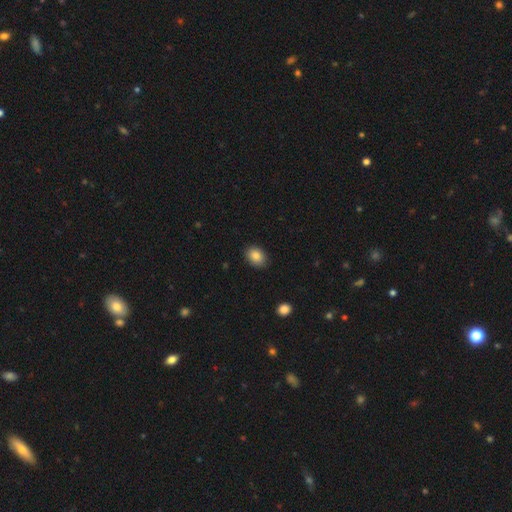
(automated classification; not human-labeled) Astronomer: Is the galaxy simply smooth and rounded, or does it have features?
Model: smooth — 86%.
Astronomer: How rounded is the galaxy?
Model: in between — 71%.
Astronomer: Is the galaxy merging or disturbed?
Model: none — 87%.